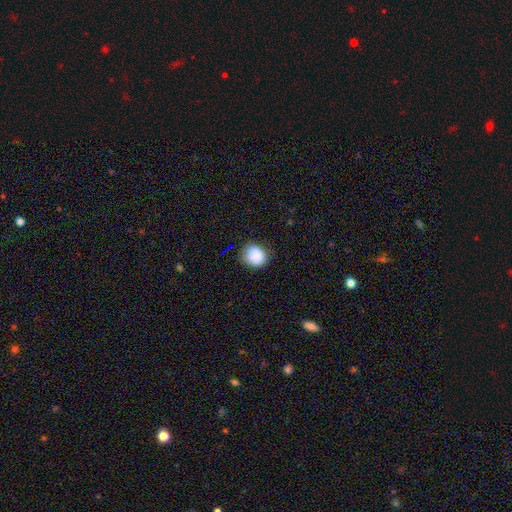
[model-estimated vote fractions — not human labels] Smooth or featured?
  - smooth: 86% *
  - star or artifact: 9%
  - featured or disk: 5%
How rounded?
  - round: 76% *
  - in between: 23%
  - cigar-shaped: 1%
Merging?
  - none: 76% *
  - minor disturbance: 18%
  - major disturbance: 4%
  - merger: 1%